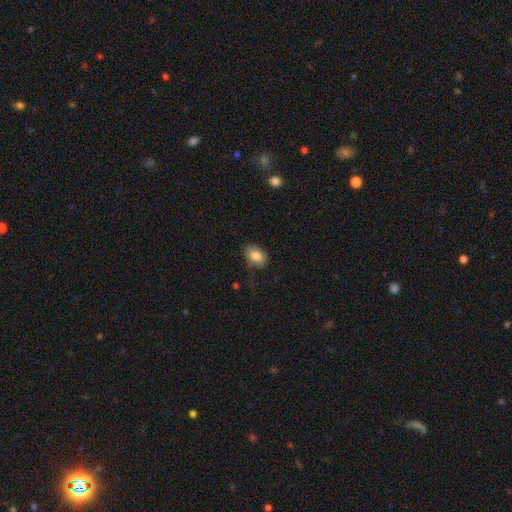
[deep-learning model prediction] A smooth galaxy with no disk features (83%) that is in between round and cigar-shaped (82%). Merging: none (71%).